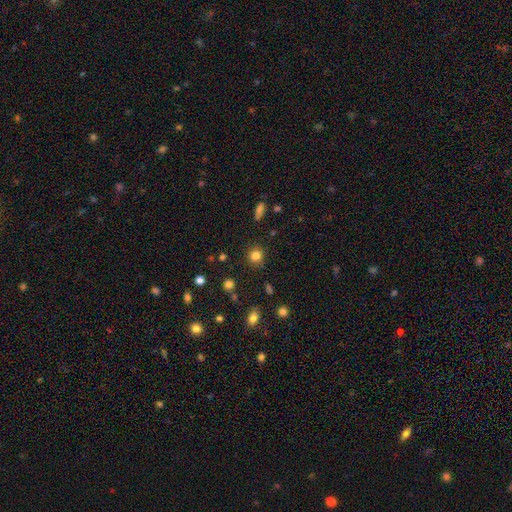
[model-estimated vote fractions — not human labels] Morphology: type=smooth (82%); roundness=round (90%); merging=none (87%).